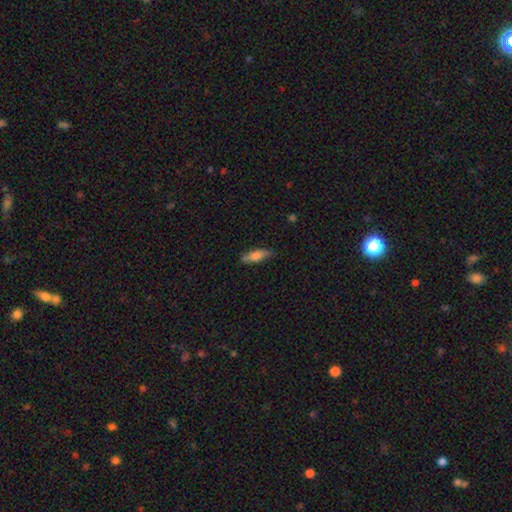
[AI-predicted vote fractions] Smooth or featured: smooth — 71% (featured or disk — 22%)
How rounded: in between — 49% (tied with cigar-shaped — 49%)
Merging: none — 75% (minor disturbance — 19%)